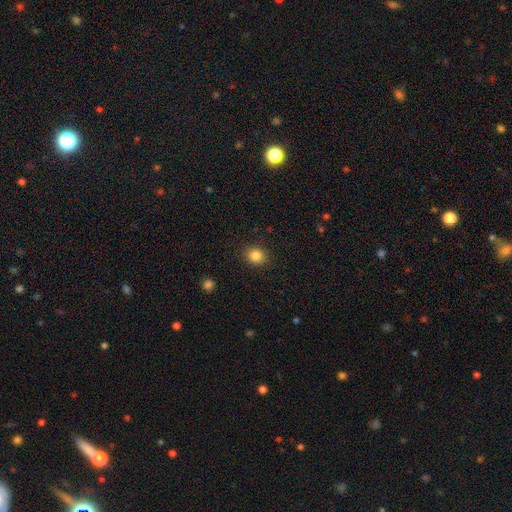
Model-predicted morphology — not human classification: This is clearly a smooth galaxy (85%). How rounded: likely round (74%). Merging: clearly none (90%).